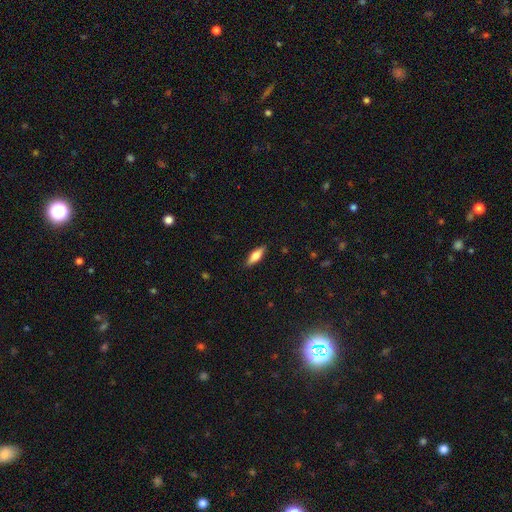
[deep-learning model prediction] Smooth or featured? Predicted: smooth (p=0.67). How rounded? Predicted: in between (p=0.59). Merging? Predicted: none (p=0.87).